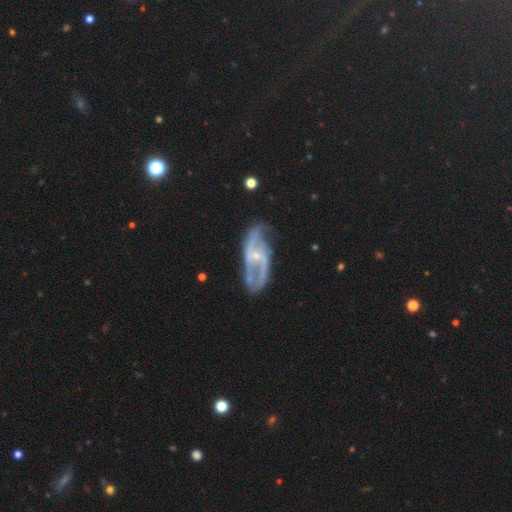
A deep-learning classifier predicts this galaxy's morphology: Smooth or featured: featured or disk — 86% (smooth — 8%)
Edge-on disk: no — 94% (yes — 6%)
Bar: weak — 42% (no — 40%)
Spiral arms: yes — 91% (no — 9%)
Spiral winding: loose — 43% (medium — 42%)
Spiral arm count: 2 — 77% (can't tell — 11%)
Bulge size: small — 72% (moderate — 20%)
Merging: none — 61% (minor disturbance — 22%)